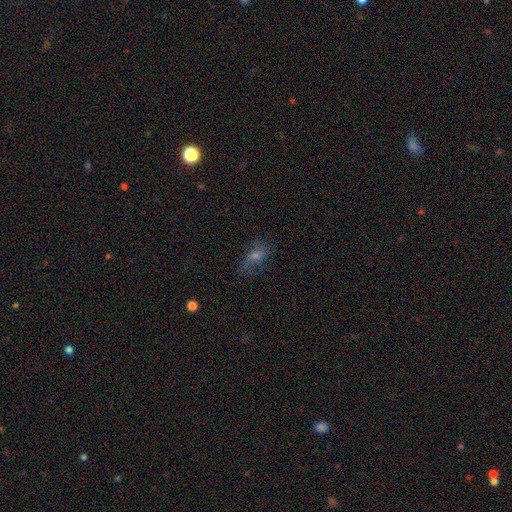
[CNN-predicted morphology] This appears to be a featured or disk galaxy (41%). Merging: none (65%).